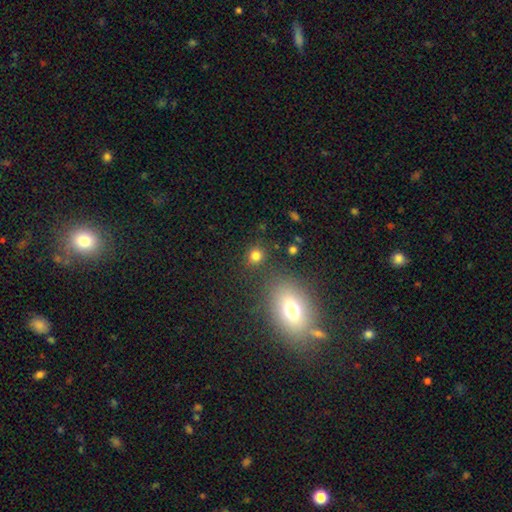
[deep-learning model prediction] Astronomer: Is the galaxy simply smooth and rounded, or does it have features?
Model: smooth — 79%.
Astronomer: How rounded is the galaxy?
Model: round — 83%.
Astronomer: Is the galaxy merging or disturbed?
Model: none — 83%.